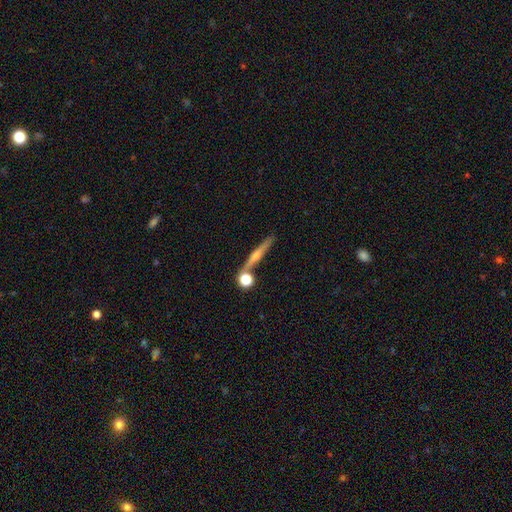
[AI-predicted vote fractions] Smooth or featured? Predicted: featured or disk (p=0.68). Edge-on disk? Predicted: yes (p=0.96). Edge-on bulge? Predicted: rounded (p=0.81). Merging? Predicted: none (p=0.78).